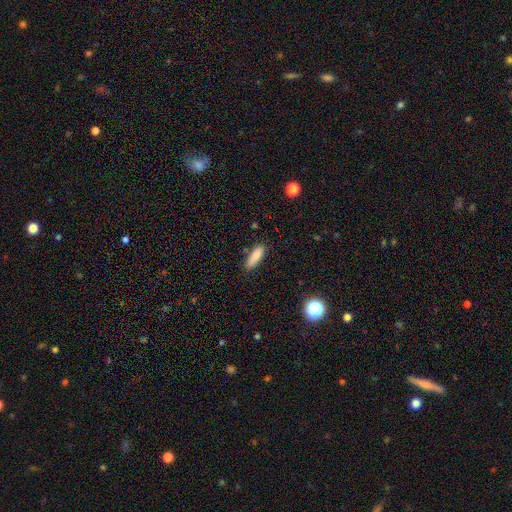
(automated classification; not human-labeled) Smooth or featured: smooth — 85% (star or artifact — 8%)
How rounded: cigar-shaped — 56% (in between — 42%)
Merging: none — 77% (minor disturbance — 17%)